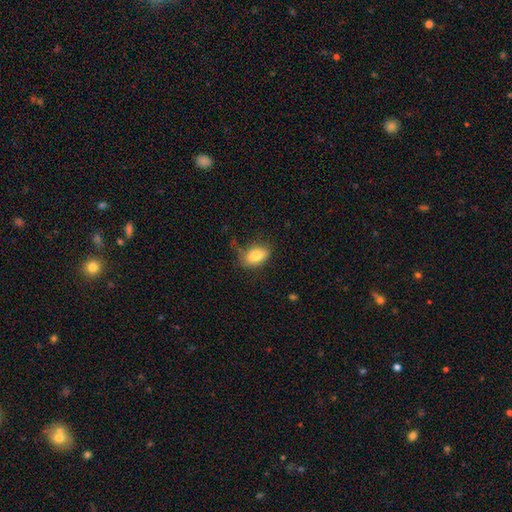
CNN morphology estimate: type=smooth (82%); roundness=in between (88%); merging=none (72%).